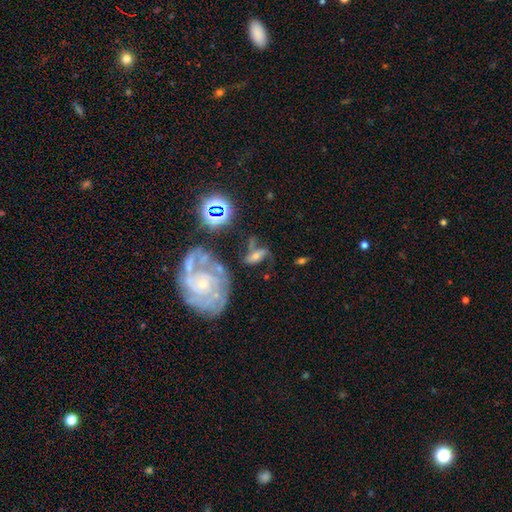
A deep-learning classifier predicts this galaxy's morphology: featured or disk 62%, smooth 24%, star or artifact 15%. Down the decision tree: edge-on disk — no (92%); bar — no (58%); spiral arms — yes (82%); bulge size — small (49%); merging — none (43%).